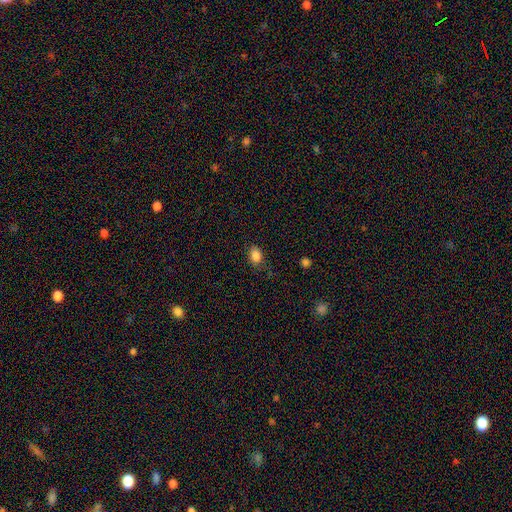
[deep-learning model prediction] Q: Smooth or featured?
A: smooth (86%); runner-up: star or artifact (10%)
Q: How rounded?
A: in between (74%); runner-up: round (25%)
Q: Merging?
A: none (79%); runner-up: minor disturbance (16%)